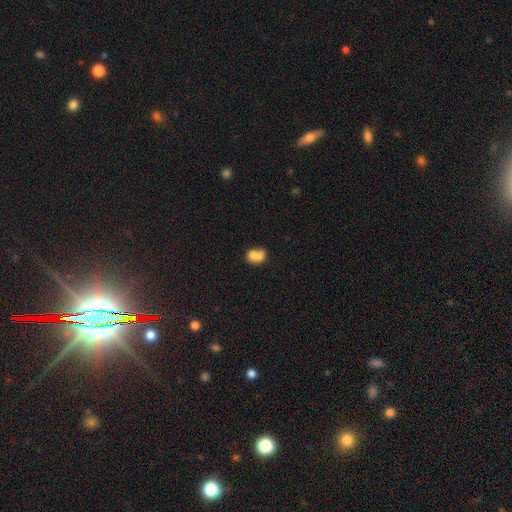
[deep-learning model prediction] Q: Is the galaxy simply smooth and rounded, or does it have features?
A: smooth — 71%.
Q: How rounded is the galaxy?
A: round — 53%.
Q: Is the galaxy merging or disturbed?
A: merger — 68%.